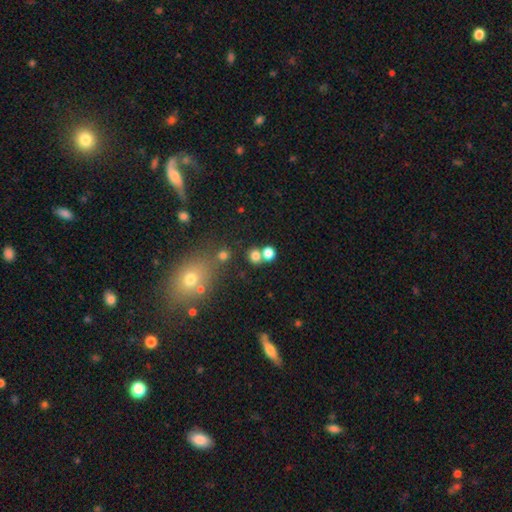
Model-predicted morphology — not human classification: smooth-or-featured: smooth: 75% | star or artifact: 16% | featured or disk: 9%
  how-rounded: round: 82% | in between: 16% | cigar-shaped: 1%
  merging: none: 60% | merger: 29% | minor disturbance: 8% | major disturbance: 4%